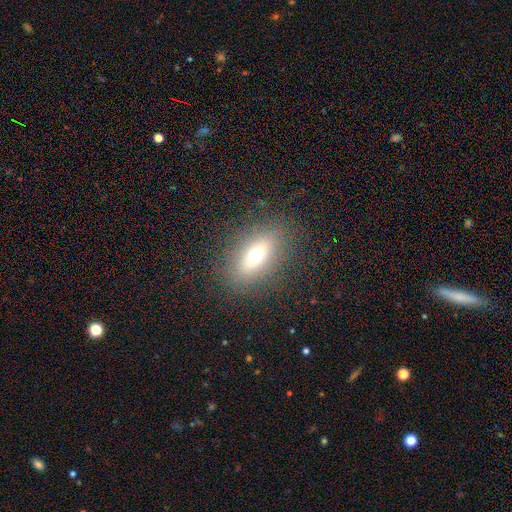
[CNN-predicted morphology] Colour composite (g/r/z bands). It shows a smooth galaxy with no disk features (60%) that is in between round and cigar-shaped (73%). Merging: none (85%).